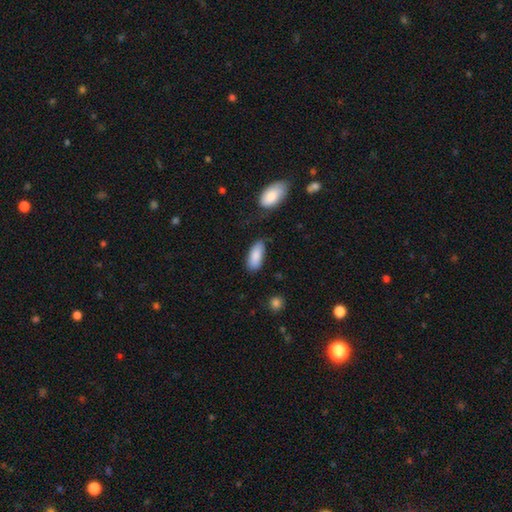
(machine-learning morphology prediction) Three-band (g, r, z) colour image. It shows a smooth galaxy with no disk features (87%) that is in between round and cigar-shaped (85%). Merging: none (72%).